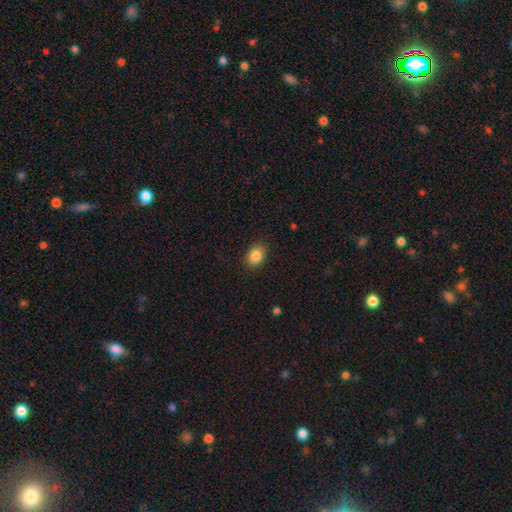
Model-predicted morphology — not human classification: smooth 86%, star or artifact 9%, featured or disk 5%. Down the decision tree: how rounded — in between (65%); merging — none (88%).